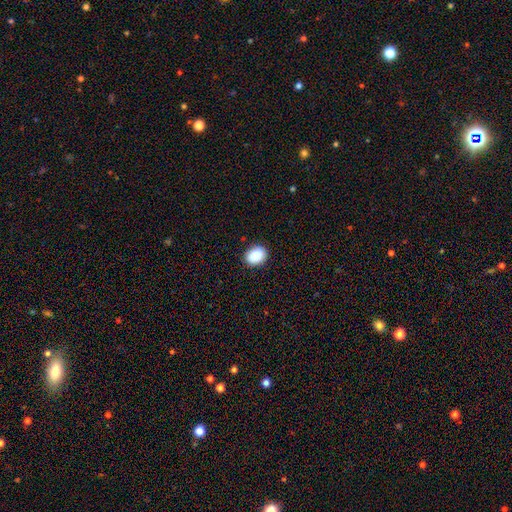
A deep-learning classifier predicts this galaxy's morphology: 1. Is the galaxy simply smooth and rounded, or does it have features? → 90% smooth, 8% star or artifact, 3% featured or disk.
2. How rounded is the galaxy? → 59% in between, 40% round, 1% cigar-shaped.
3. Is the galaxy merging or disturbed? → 88% none, 9% minor disturbance, 2% major disturbance, 1% merger.